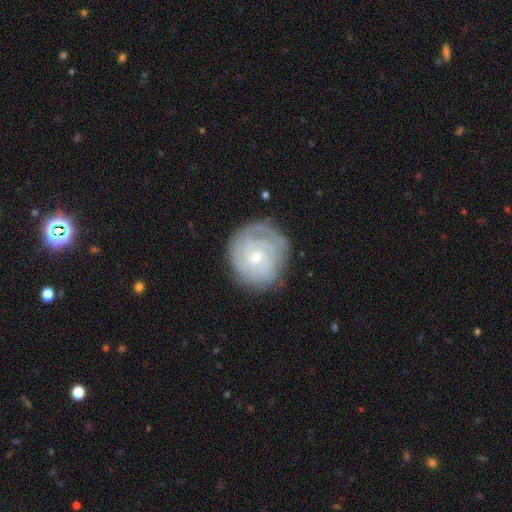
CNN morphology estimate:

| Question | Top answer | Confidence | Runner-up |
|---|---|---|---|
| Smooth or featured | featured or disk | 71% | smooth (22%) |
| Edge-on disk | no | 98% | yes (2%) |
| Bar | no | 75% | weak (22%) |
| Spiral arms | yes | 86% | no (14%) |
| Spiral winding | tight | 76% | medium (18%) |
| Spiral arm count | can't tell | 51% | 2 (17%) |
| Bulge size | small | 59% | moderate (37%) |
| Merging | none | 73% | minor disturbance (18%) |